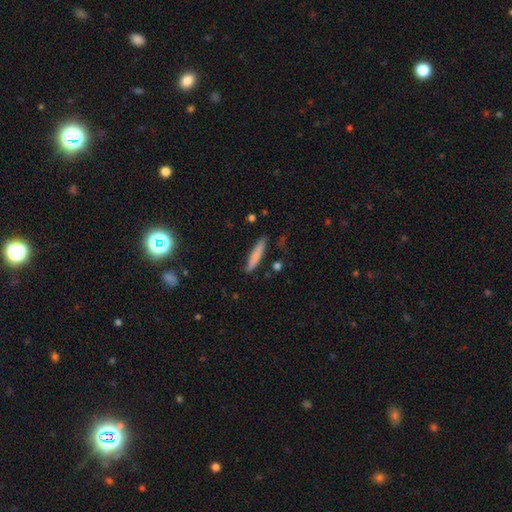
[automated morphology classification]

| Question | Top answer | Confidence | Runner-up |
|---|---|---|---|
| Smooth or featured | smooth | 78% | featured or disk (16%) |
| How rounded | cigar-shaped | 90% | in between (8%) |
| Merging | none | 85% | minor disturbance (11%) |